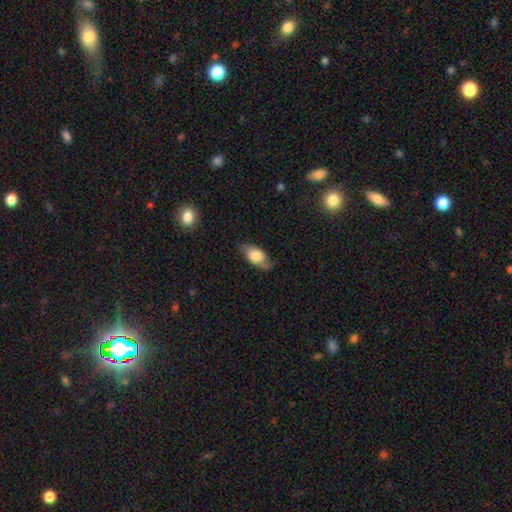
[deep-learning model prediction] smooth_or_featured: smooth (p=0.71) [alt: featured or disk p=0.22]
how_rounded: in between (p=0.88) [alt: cigar-shaped p=0.07]
merging: none (p=0.73) [alt: minor disturbance p=0.21]